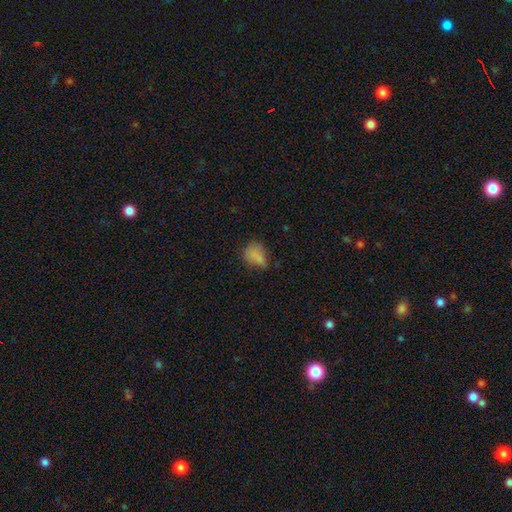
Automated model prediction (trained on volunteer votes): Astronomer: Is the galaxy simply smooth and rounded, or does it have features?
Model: smooth — 74%.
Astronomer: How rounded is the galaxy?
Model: in between — 58% (runner-up: round, 40%).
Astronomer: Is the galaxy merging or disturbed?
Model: none — 46% (runner-up: minor disturbance, 33%).